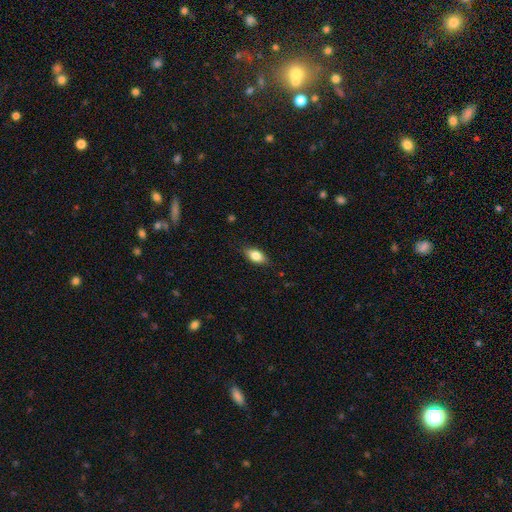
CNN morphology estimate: type=smooth (81%); roundness=in between (88%); merging=none (84%).